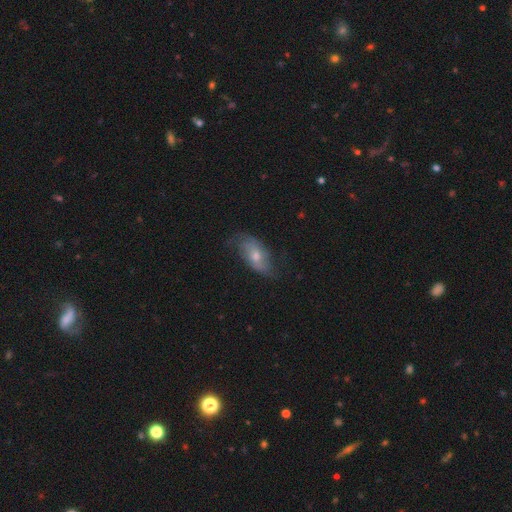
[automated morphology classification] type=featured or disk (51%); edge-on=no (87%); merging=none (62%).